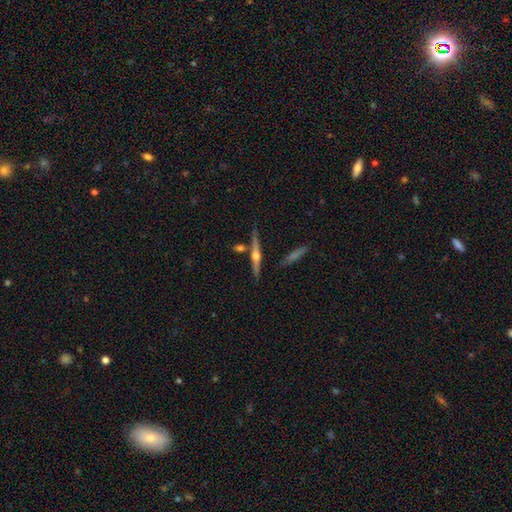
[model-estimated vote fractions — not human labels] Overall: featured or disk (75%). Edge-on disk: yes (97%). Edge-on bulge: rounded (94%). Merging: none (78%).